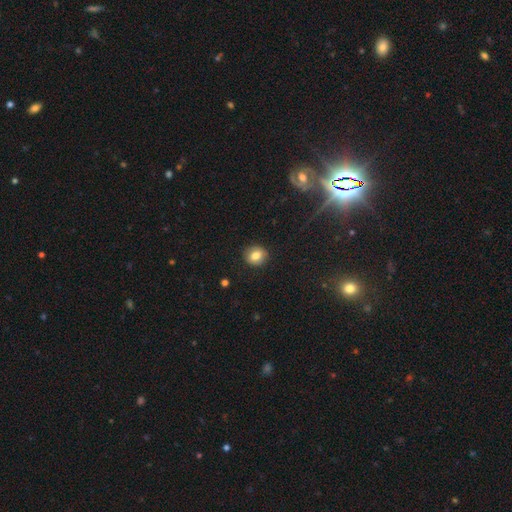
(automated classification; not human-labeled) smooth_or_featured: smooth (p=0.80) [alt: star or artifact p=0.10]
how_rounded: round (p=0.80) [alt: in between p=0.19]
merging: none (p=0.90) [alt: minor disturbance p=0.07]